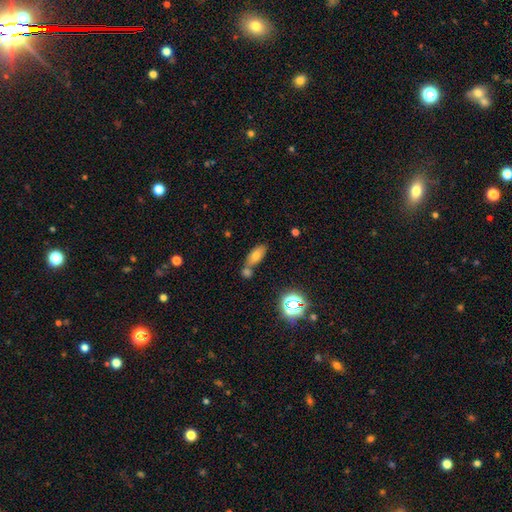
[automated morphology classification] Smooth or featured: smooth — 70% (featured or disk — 16%)
How rounded: in between — 83% (cigar-shaped — 12%)
Merging: none — 49% (merger — 35%)